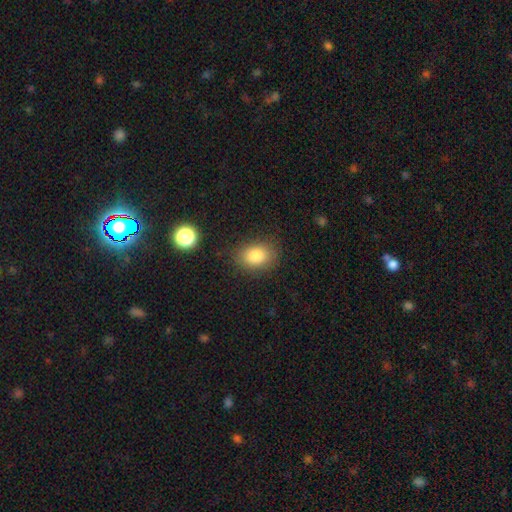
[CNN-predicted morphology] This appears to be a smooth galaxy with no disk features (82%) that is in between round and cigar-shaped (69%). Merging: none (84%).